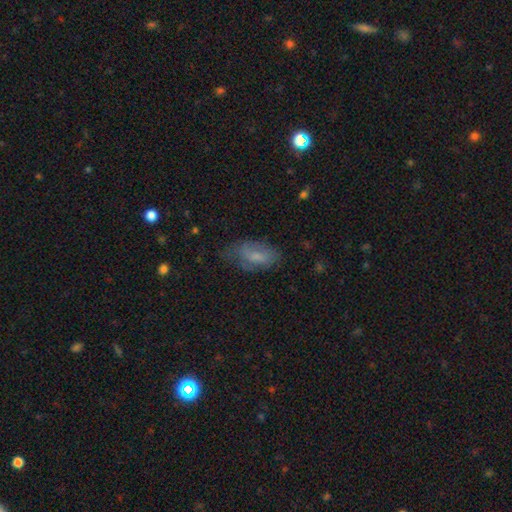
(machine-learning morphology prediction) smooth-or-featured: smooth: 66% | featured or disk: 25% | star or artifact: 9%
  how-rounded: in between: 89% | cigar-shaped: 7% | round: 4%
  merging: none: 54% | minor disturbance: 30% | major disturbance: 14% | merger: 2%